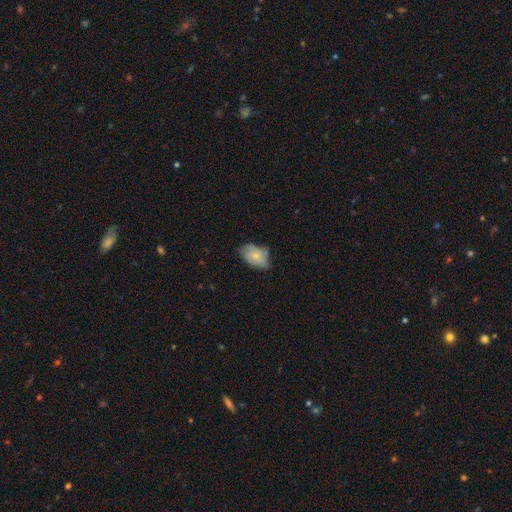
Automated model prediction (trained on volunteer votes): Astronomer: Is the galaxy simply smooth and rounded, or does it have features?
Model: smooth — 60%.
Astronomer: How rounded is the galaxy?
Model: in between — 89%.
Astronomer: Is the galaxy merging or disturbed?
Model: none — 58%.